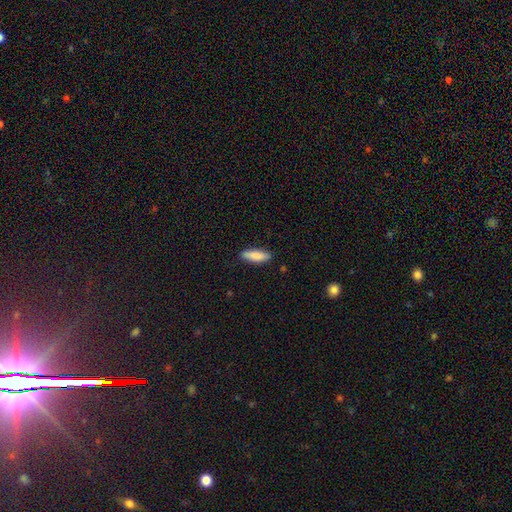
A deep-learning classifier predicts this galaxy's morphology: Smooth or featured?
  - smooth: 87% *
  - featured or disk: 7%
  - star or artifact: 6%
How rounded?
  - cigar-shaped: 50% *
  - in between: 49%
  - round: 2%
Merging?
  - none: 86% *
  - minor disturbance: 11%
  - major disturbance: 2%
  - merger: 1%